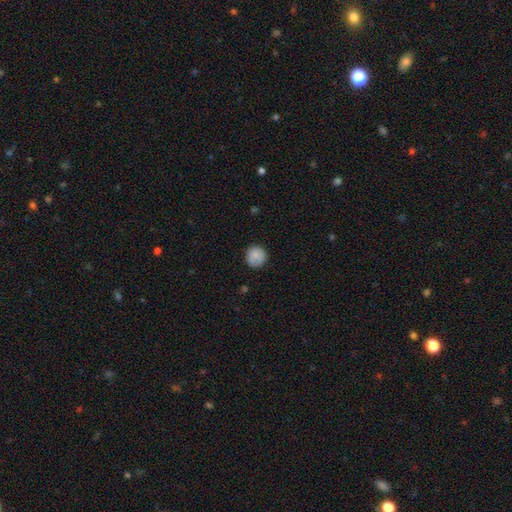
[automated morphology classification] Smooth or featured? smooth (84%)
How rounded? round (93%)
Merging? none (83%)